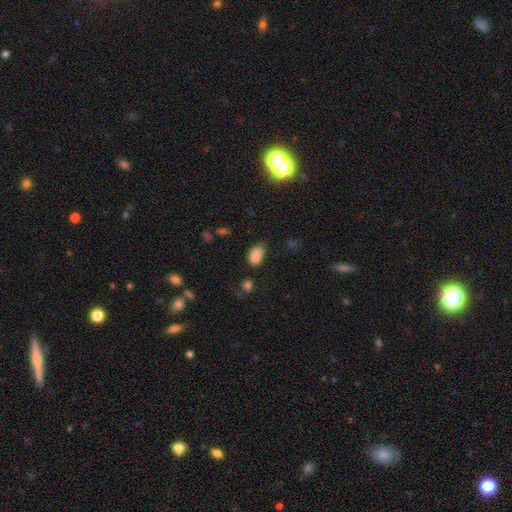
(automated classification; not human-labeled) Smooth or featured? Predicted: smooth (p=0.84). How rounded? Predicted: in between (p=0.89). Merging? Predicted: none (p=0.59).